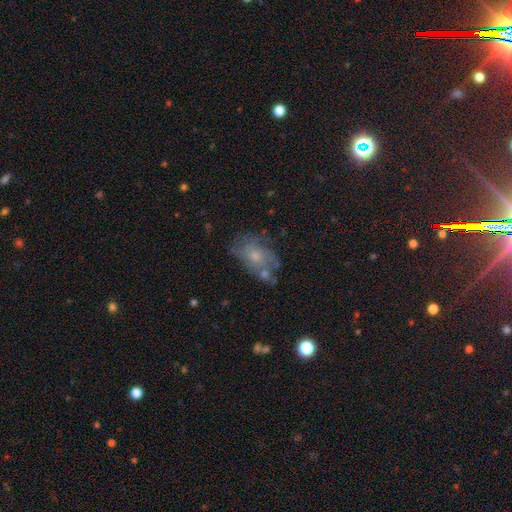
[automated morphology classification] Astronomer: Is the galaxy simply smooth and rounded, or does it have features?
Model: featured or disk — 45% (runner-up: smooth, 44%).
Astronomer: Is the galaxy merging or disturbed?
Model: none — 51%.